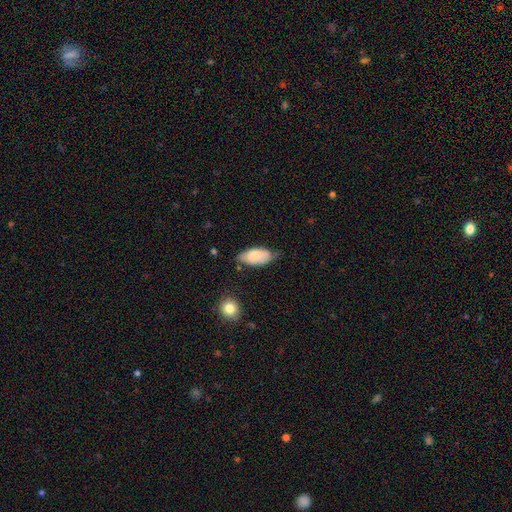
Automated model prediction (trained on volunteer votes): A smooth galaxy with no disk features (70%) that is in between round and cigar-shaped (91%).

Vote fractions:
- Smooth or featured? smooth: 70% / featured or disk: 23% / star or artifact: 7%
- How rounded? in between: 91% / cigar-shaped: 6% / round: 2%
- Merging? none: 56% / minor disturbance: 34% / major disturbance: 7% / merger: 3%